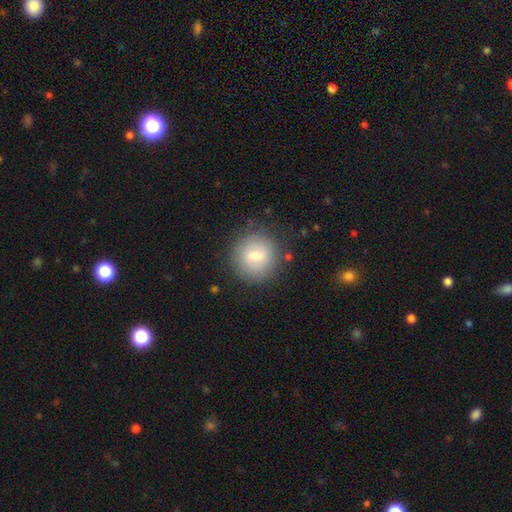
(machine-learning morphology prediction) Smooth or featured?
  - smooth: 57% *
  - featured or disk: 35%
  - star or artifact: 8%
How rounded?
  - round: 91% *
  - in between: 8%
  - cigar-shaped: 1%
Merging?
  - none: 82% *
  - minor disturbance: 11%
  - major disturbance: 5%
  - merger: 2%